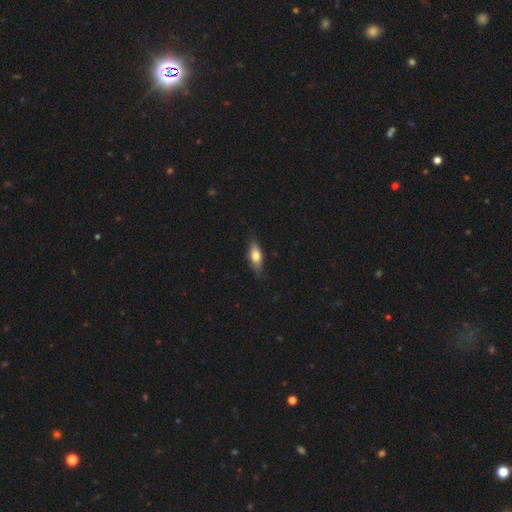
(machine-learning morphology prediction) Q: Smooth or featured?
A: smooth (69%); runner-up: featured or disk (25%)
Q: How rounded?
A: in between (70%); runner-up: cigar-shaped (26%)
Q: Merging?
A: none (80%); runner-up: minor disturbance (16%)